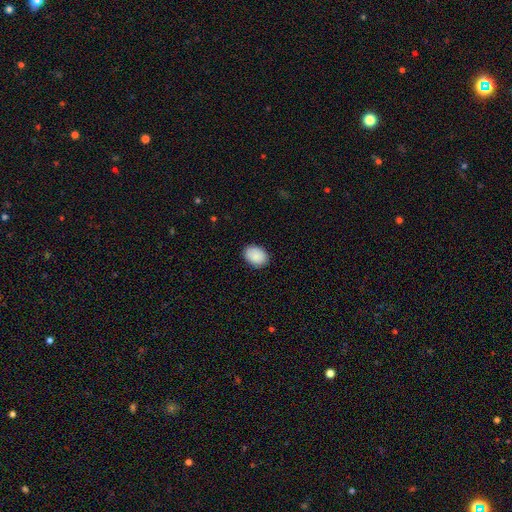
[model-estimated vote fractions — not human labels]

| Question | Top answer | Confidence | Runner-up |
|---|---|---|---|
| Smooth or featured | smooth | 90% | star or artifact (7%) |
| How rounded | in between | 72% | round (27%) |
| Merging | none | 88% | minor disturbance (9%) |